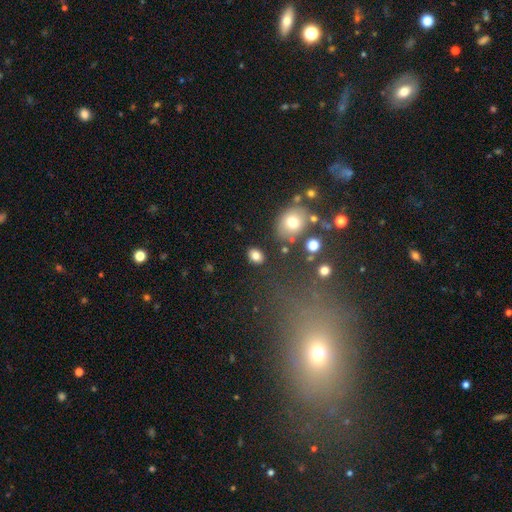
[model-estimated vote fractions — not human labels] smooth-or-featured: smooth: 81% | star or artifact: 11% | featured or disk: 8%
  how-rounded: in between: 70% | round: 29% | cigar-shaped: 1%
  merging: none: 84% | minor disturbance: 10% | merger: 4% | major disturbance: 3%